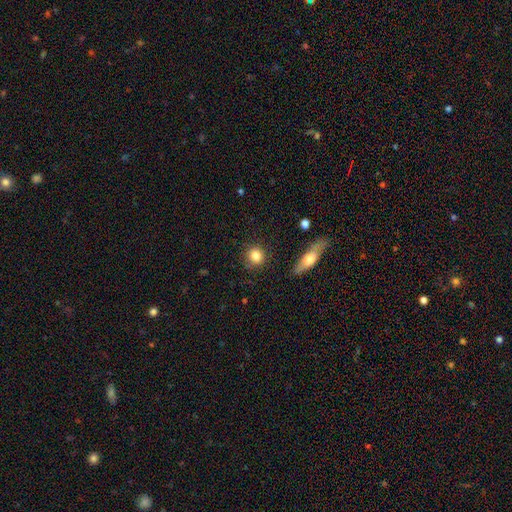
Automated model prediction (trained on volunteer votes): Morphology: type=smooth (83%); roundness=round (85%); merging=none (85%).